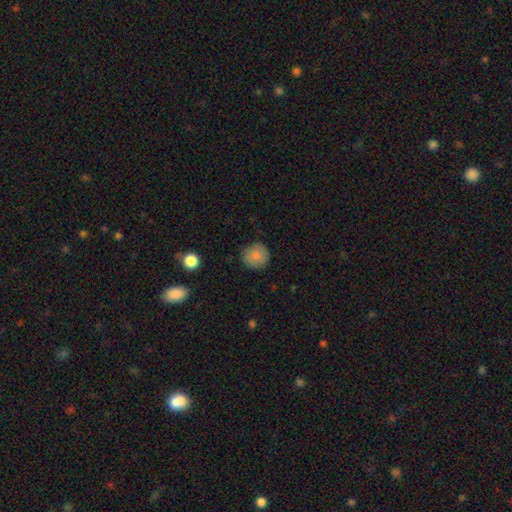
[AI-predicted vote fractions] Overall: smooth (84%). How rounded: round (92%). Merging: none (86%).